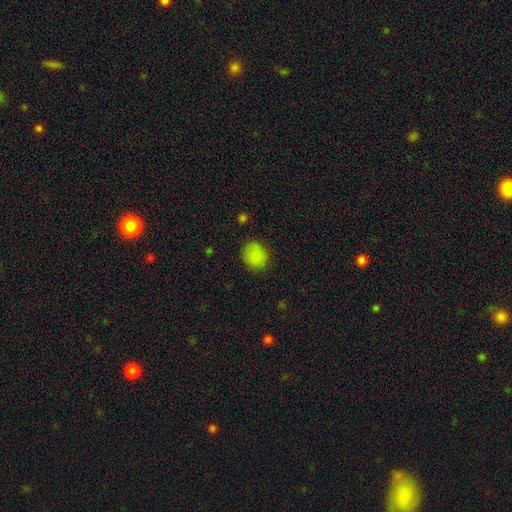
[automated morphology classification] Smooth or featured?
  - smooth: 85% *
  - star or artifact: 10%
  - featured or disk: 5%
How rounded?
  - round: 75% *
  - in between: 24%
  - cigar-shaped: 1%
Merging?
  - none: 82% *
  - minor disturbance: 13%
  - major disturbance: 3%
  - merger: 1%